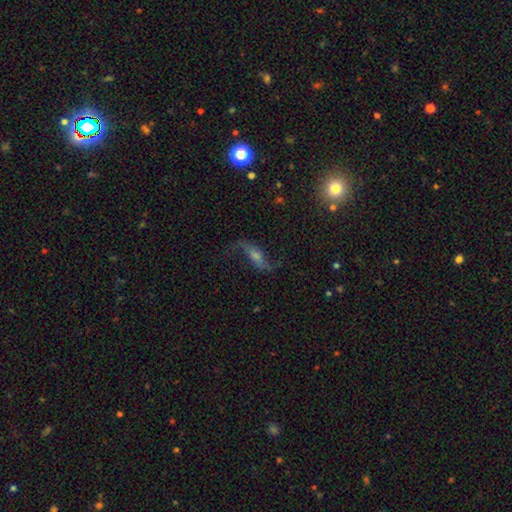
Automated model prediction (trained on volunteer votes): Smooth or featured? Predicted: featured or disk (p=0.78). Edge-on disk? Predicted: no (p=0.87). Bar? Predicted: no (p=0.45). Spiral arms? Predicted: yes (p=0.94). Spiral winding? Predicted: loose (p=0.89). Spiral arm count? Predicted: 2 (p=0.92). Bulge size? Predicted: moderate (p=0.44). Merging? Predicted: none (p=0.72).